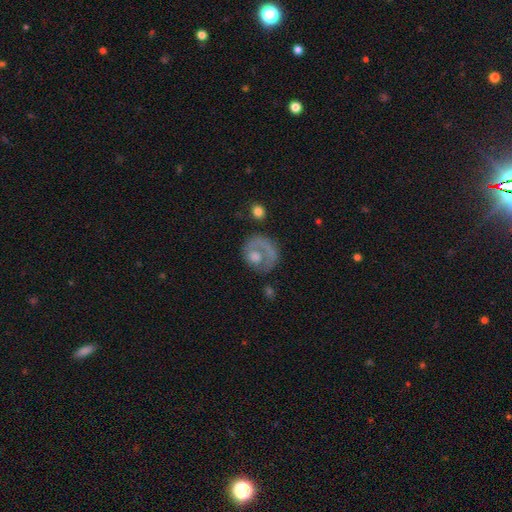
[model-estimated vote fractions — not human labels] Q: Smooth or featured?
A: featured or disk (54%); runner-up: smooth (36%)
Q: Edge-on disk?
A: no (97%); runner-up: yes (3%)
Q: Bar?
A: no (88%); runner-up: weak (10%)
Q: Spiral arms?
A: no (57%); runner-up: yes (43%)
Q: Bulge size?
A: moderate (43%); runner-up: small (20%)
Q: Merging?
A: none (50%); runner-up: major disturbance (28%)